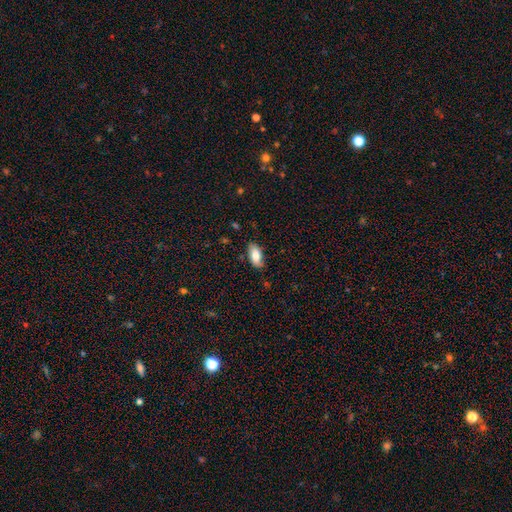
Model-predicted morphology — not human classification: Q: Smooth or featured?
A: smooth (80%); runner-up: featured or disk (13%)
Q: How rounded?
A: in between (90%); runner-up: cigar-shaped (8%)
Q: Merging?
A: none (79%); runner-up: minor disturbance (16%)